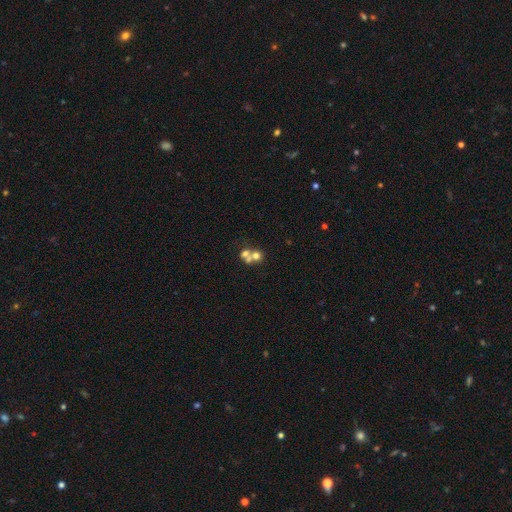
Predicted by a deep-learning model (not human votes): smooth 59%, featured or disk 25%, star or artifact 16%. Down the decision tree: how rounded — round (79%); merging — merger (60%).